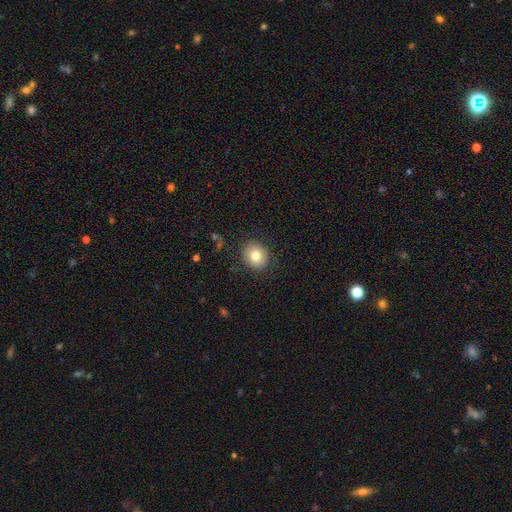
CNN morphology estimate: A smooth galaxy with no disk features (79%) that is round (70%). Merging: none (88%).